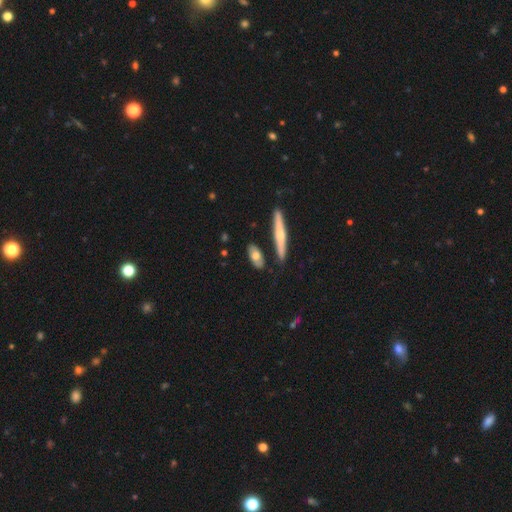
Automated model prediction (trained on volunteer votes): A smooth galaxy with no disk features (60%) that is in between round and cigar-shaped (71%). Merging: none (77%).